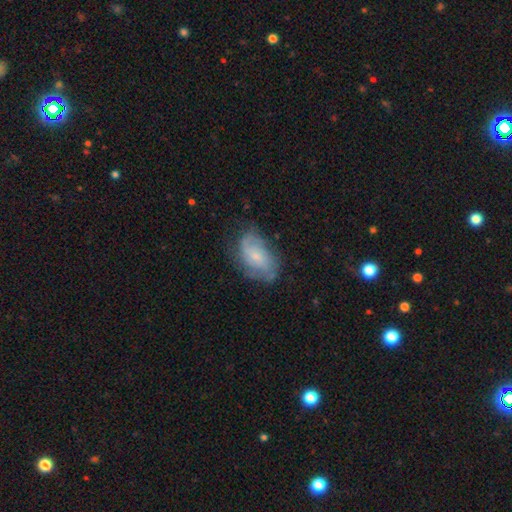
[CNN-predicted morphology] Smooth or featured? Predicted: featured or disk (p=0.56). Edge-on disk? Predicted: no (p=0.96). Bar? Predicted: no (p=0.58). Spiral arms? Predicted: yes (p=0.82). Bulge size? Predicted: small (p=0.58). Merging? Predicted: none (p=0.61).